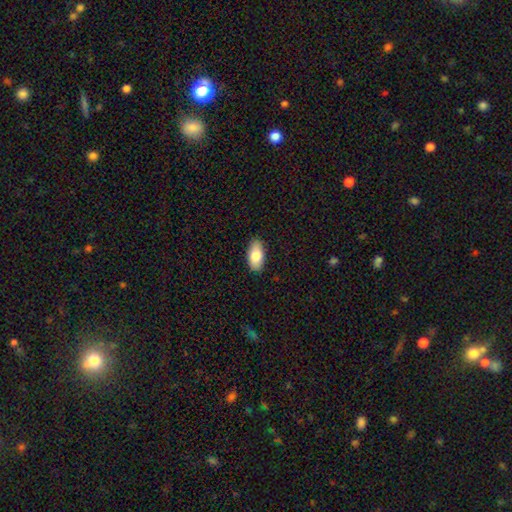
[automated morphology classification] This is clearly a smooth galaxy (83%). How rounded: clearly in between (93%). Merging: clearly none (88%).